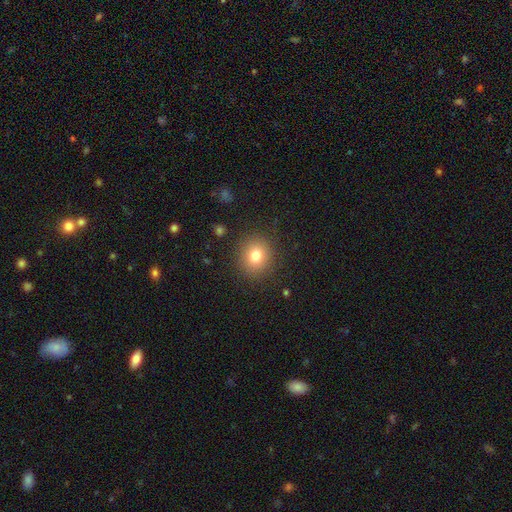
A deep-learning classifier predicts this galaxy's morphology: Smooth or featured? smooth (78%)
How rounded? round (82%)
Merging? none (88%)